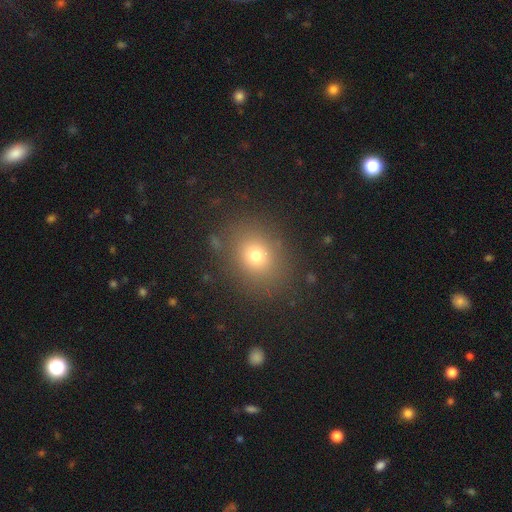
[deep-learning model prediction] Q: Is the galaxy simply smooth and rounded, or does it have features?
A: smooth — 72%.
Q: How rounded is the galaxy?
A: round — 62%.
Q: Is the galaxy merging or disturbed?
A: none — 83%.